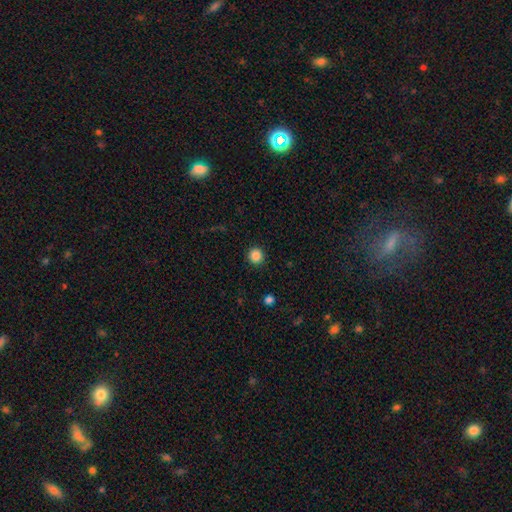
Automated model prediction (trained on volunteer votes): smooth-or-featured: smooth: 86% | star or artifact: 11% | featured or disk: 3%
  how-rounded: round: 92% | in between: 7% | cigar-shaped: 1%
  merging: none: 92% | minor disturbance: 5% | major disturbance: 2% | merger: 1%